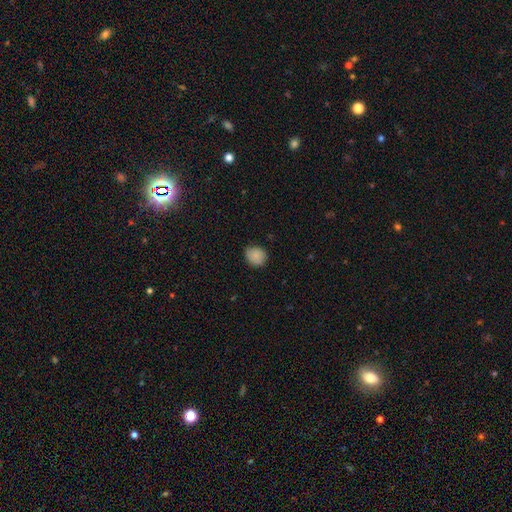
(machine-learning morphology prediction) Overall: smooth (86%). How rounded: round (75%). Merging: none (81%).